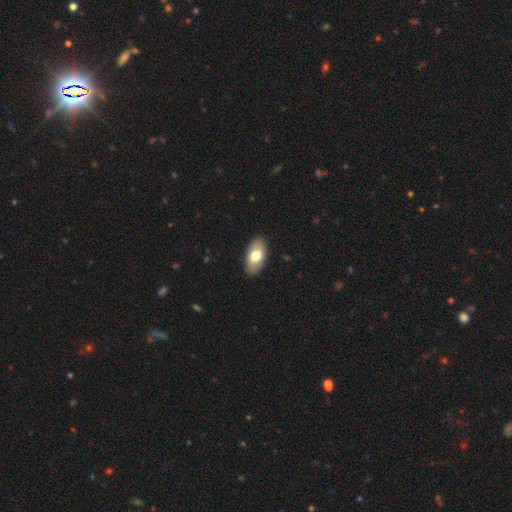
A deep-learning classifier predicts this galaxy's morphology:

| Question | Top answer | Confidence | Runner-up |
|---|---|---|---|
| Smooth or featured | smooth | 73% | featured or disk (21%) |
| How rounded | in between | 94% | round (3%) |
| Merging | none | 89% | minor disturbance (8%) |